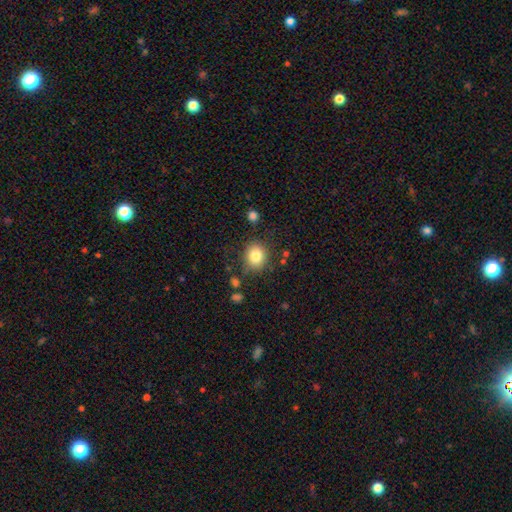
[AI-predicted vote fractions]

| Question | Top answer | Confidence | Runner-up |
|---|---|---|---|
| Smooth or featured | smooth | 83% | star or artifact (10%) |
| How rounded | round | 75% | in between (24%) |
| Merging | none | 82% | minor disturbance (11%) |